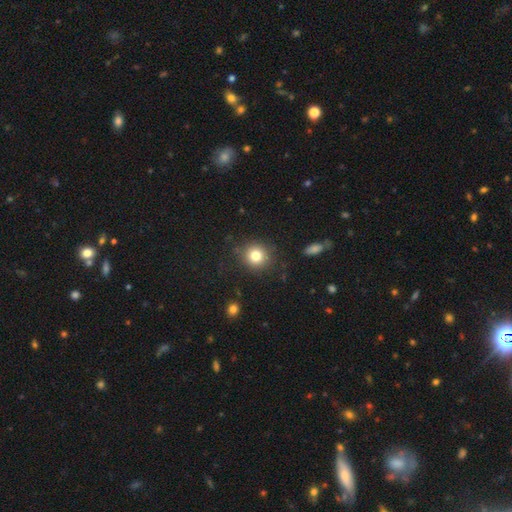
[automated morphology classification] This is likely a smooth galaxy (80%). How rounded: clearly round (90%). Merging: clearly none (86%).